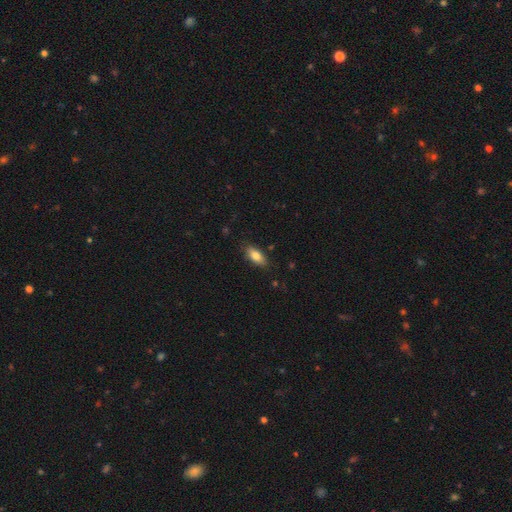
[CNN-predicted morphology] The model was most divided on "smooth or featured": smooth: 81%, featured or disk: 12%, star or artifact: 7%. More confident: how rounded — in between (85%); merging — none (84%).